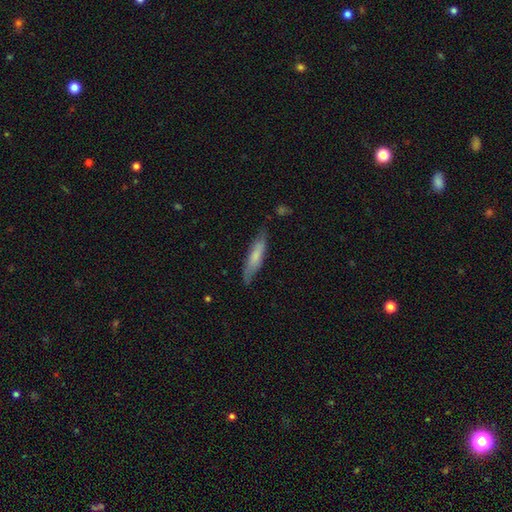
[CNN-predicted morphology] Q: Smooth or featured?
A: smooth (67%); runner-up: featured or disk (27%)
Q: How rounded?
A: cigar-shaped (81%); runner-up: in between (18%)
Q: Merging?
A: none (75%); runner-up: minor disturbance (19%)